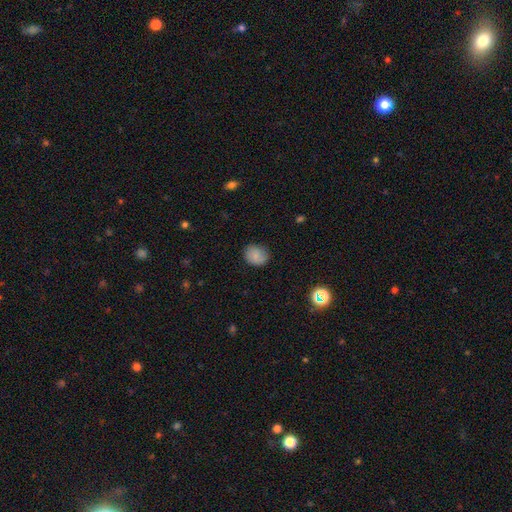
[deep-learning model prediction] Smooth or featured: smooth — 80% (featured or disk — 10%)
How rounded: round — 65% (in between — 34%)
Merging: none — 80% (minor disturbance — 15%)